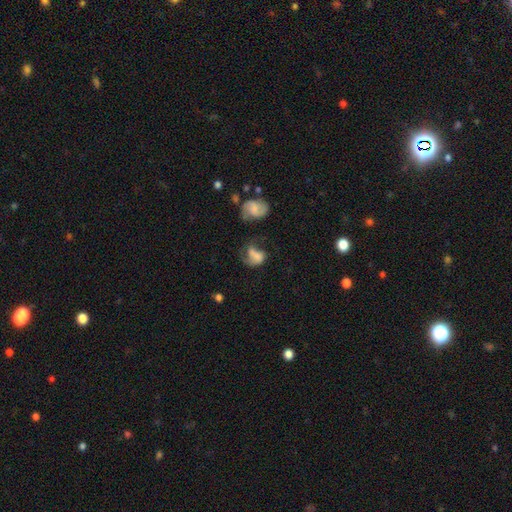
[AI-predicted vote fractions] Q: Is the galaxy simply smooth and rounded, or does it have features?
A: smooth — 51%.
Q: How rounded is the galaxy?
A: in between — 67%.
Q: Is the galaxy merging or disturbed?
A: major disturbance — 36%.